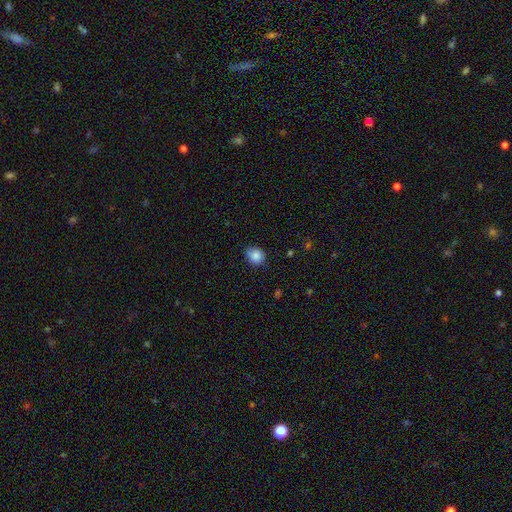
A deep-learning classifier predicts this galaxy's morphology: Q: Smooth or featured?
A: smooth (86%); runner-up: star or artifact (9%)
Q: How rounded?
A: round (64%); runner-up: in between (35%)
Q: Merging?
A: none (73%); runner-up: minor disturbance (22%)